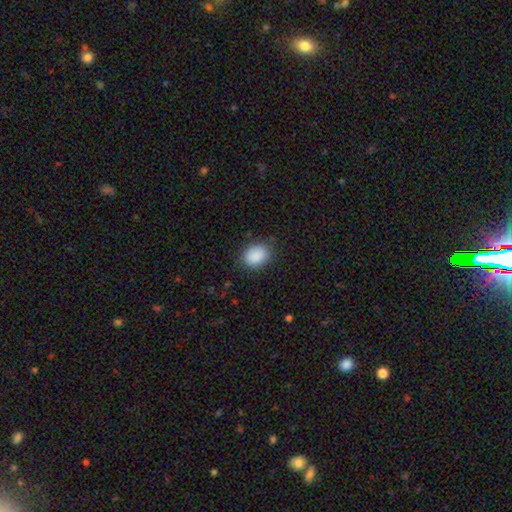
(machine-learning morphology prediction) The model was most divided on "how rounded": in between: 67%, round: 32%, cigar-shaped: 1%. More confident: smooth or featured — smooth (89%); merging — none (83%).